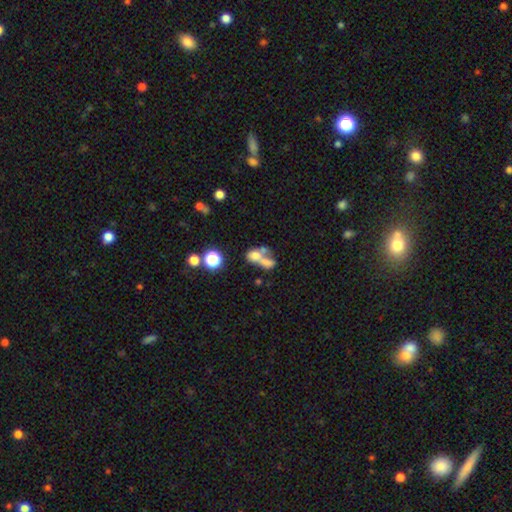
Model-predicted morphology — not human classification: type=smooth (63%); roundness=in between (57%); merging=merger (62%).